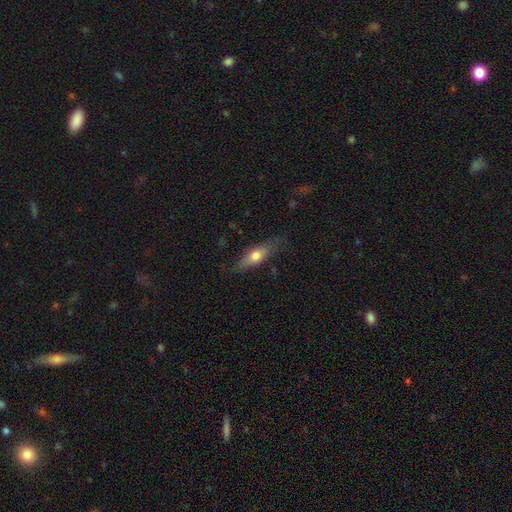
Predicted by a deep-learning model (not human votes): smooth_or_featured: smooth (p=0.63) [alt: featured or disk p=0.31]
how_rounded: in between (p=0.53) [alt: cigar-shaped p=0.44]
merging: none (p=0.77) [alt: minor disturbance p=0.18]